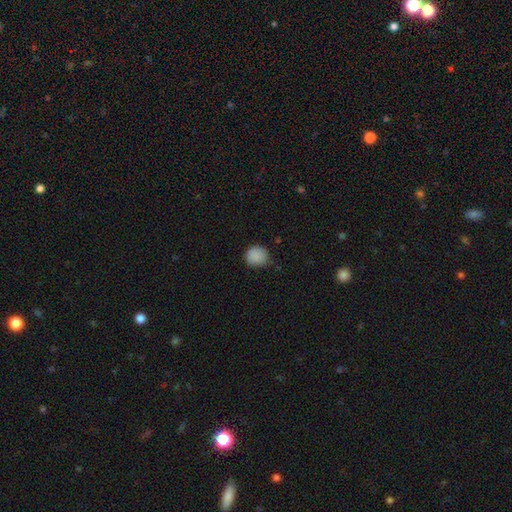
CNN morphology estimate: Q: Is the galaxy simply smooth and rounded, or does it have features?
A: smooth — 87%.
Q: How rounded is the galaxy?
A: round — 83%.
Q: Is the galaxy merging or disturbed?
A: none — 73%.